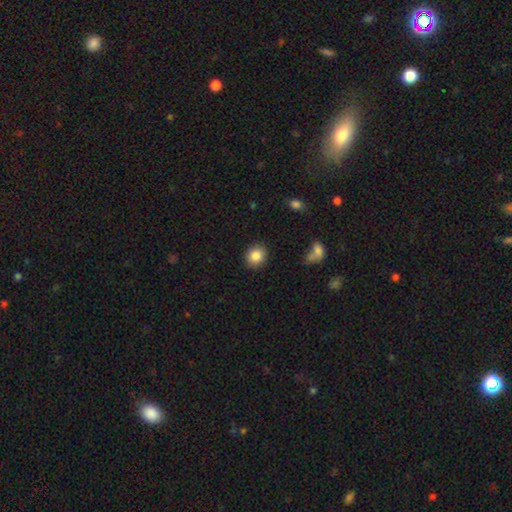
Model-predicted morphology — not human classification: smooth_or_featured: smooth (p=0.85) [alt: star or artifact p=0.09]
how_rounded: round (p=0.78) [alt: in between p=0.21]
merging: none (p=0.89) [alt: minor disturbance p=0.07]